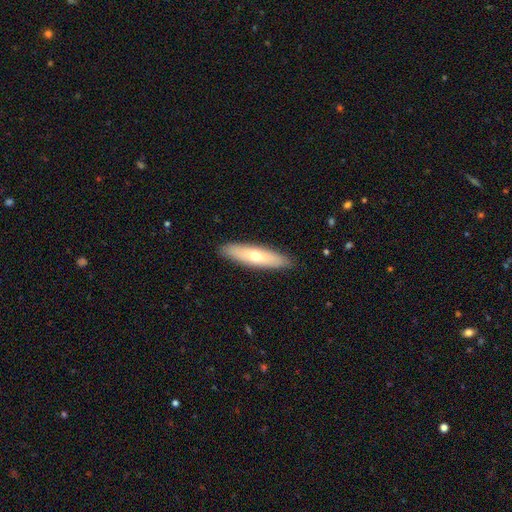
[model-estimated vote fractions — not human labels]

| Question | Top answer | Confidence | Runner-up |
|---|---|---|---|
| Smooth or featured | smooth | 57% | featured or disk (37%) |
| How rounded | cigar-shaped | 73% | in between (26%) |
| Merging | none | 89% | minor disturbance (8%) |